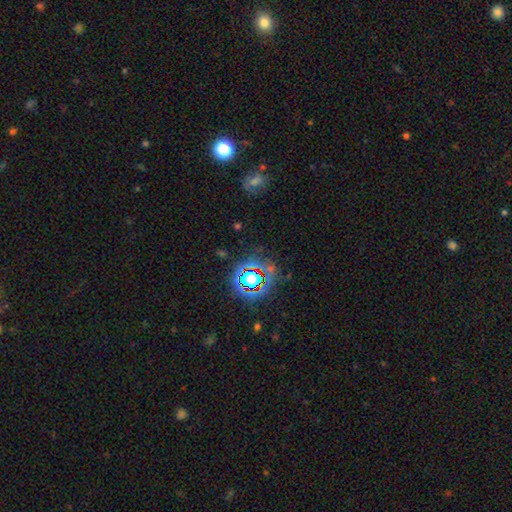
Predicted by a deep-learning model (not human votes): Smooth or featured: star or artifact — 75% (smooth — 15%)